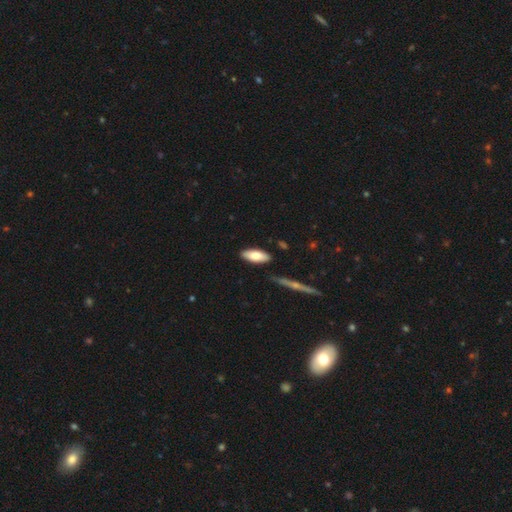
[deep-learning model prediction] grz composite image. It shows a smooth galaxy with no disk features (78%) that is in between round and cigar-shaped (77%). Merging: none (86%).